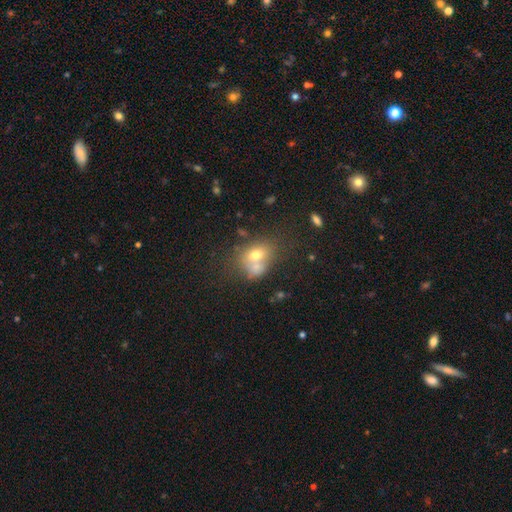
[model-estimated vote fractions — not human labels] Morphology: type=smooth (65%); roundness=in between (56%); merging=merger (45%).